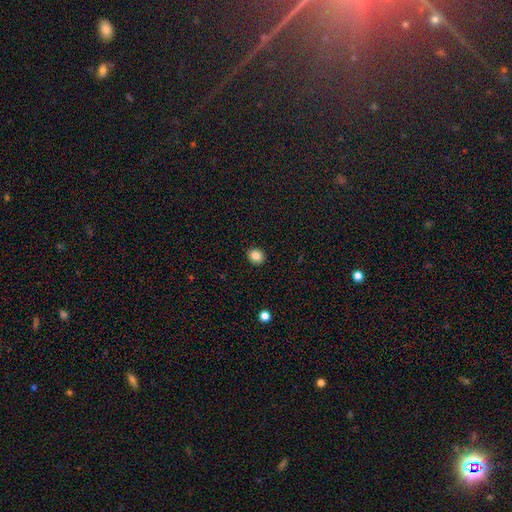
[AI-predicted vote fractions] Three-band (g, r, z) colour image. It shows a smooth galaxy with no disk features (84%) that is round (76%). Merging: none (92%).